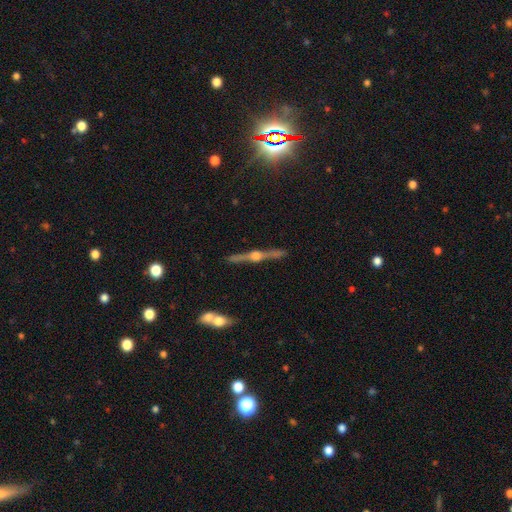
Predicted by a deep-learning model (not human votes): This is clearly a featured or disk galaxy (86%). It is clearly viewed edge-on (98%). Edge-on bulge: clearly rounded (94%). Merging: clearly none (89%).